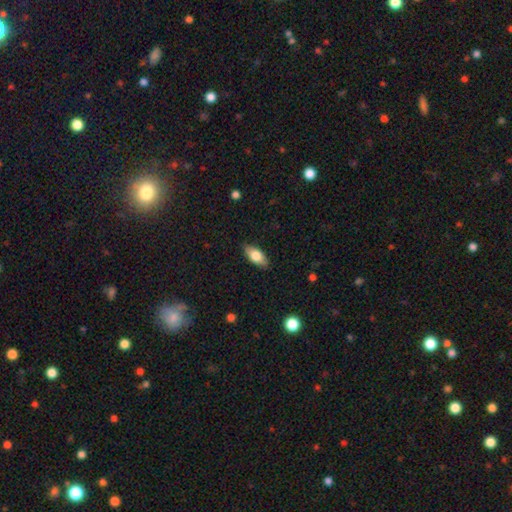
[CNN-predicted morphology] smooth-or-featured: smooth: 76% | featured or disk: 17% | star or artifact: 6%
  how-rounded: in between: 88% | cigar-shaped: 9% | round: 3%
  merging: none: 87% | minor disturbance: 10% | major disturbance: 2% | merger: 1%